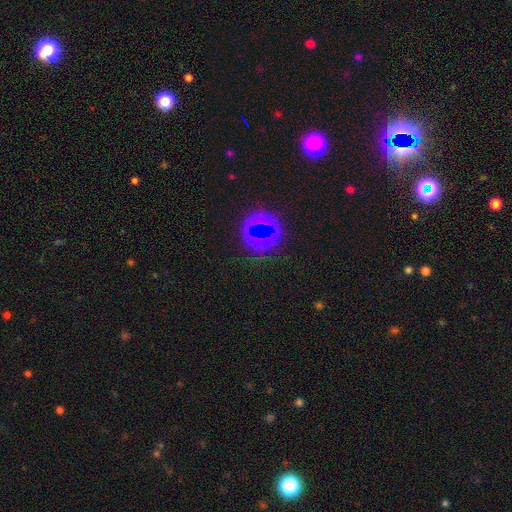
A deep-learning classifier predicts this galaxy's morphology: Q: Smooth or featured?
A: star or artifact (57%); runner-up: smooth (24%)